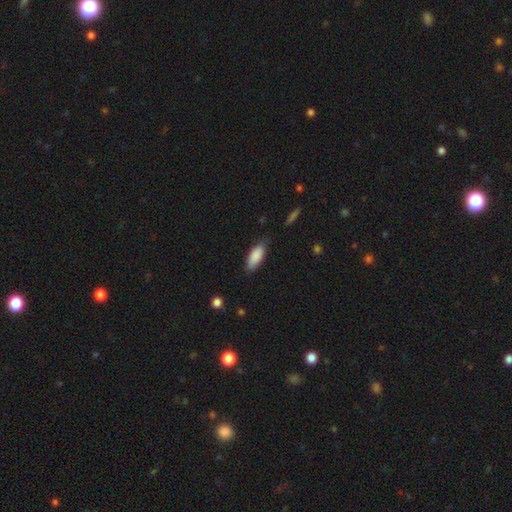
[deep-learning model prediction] The model was most divided on "merging": none: 72%, minor disturbance: 23%, major disturbance: 4%, merger: 2%. More confident: smooth or featured — smooth (87%); how rounded — in between (81%).